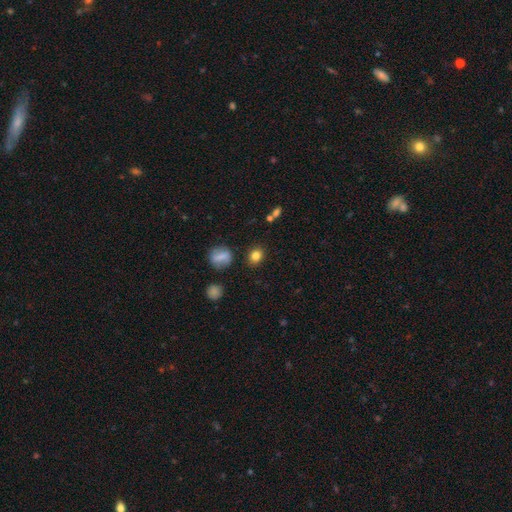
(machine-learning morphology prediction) Smooth or featured? smooth (81%)
How rounded? round (62%)
Merging? none (86%)